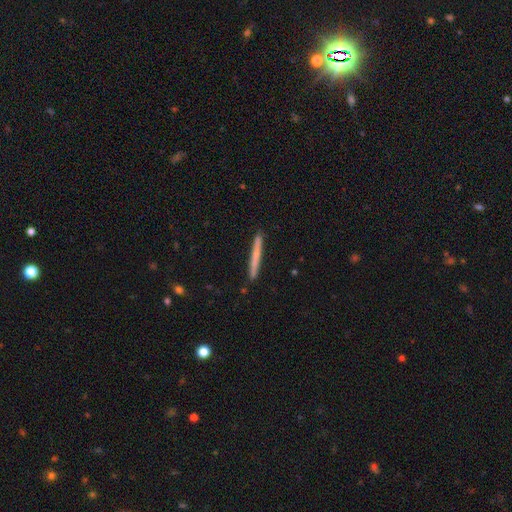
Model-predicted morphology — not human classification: Overall: smooth (57%; featured or disk 37%). How rounded: cigar-shaped (97%). Merging: none (91%).